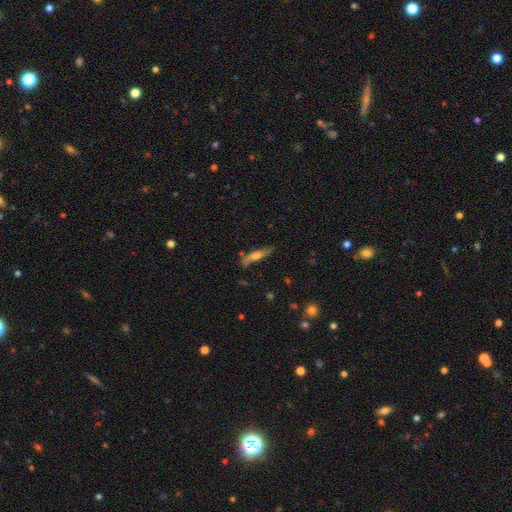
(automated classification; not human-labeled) Q: Smooth or featured?
A: smooth (52%); runner-up: featured or disk (41%)
Q: How rounded?
A: cigar-shaped (79%); runner-up: in between (18%)
Q: Merging?
A: none (65%); runner-up: minor disturbance (23%)